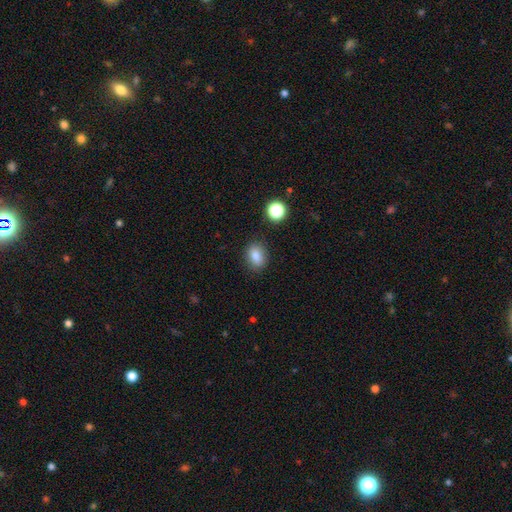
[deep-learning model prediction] Morphology: type=smooth (84%); roundness=in between (72%); merging=none (84%).